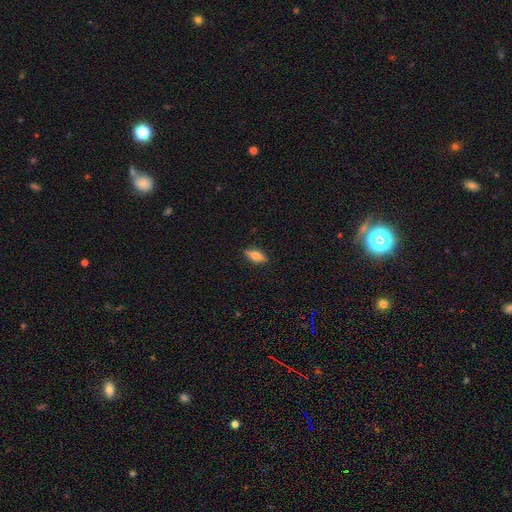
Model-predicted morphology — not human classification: type=smooth (67%); roundness=in between (70%); merging=none (86%).